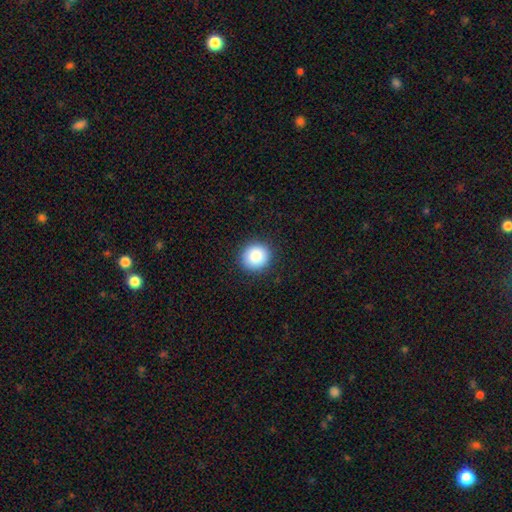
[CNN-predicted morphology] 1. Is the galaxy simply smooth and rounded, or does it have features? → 85% smooth, 9% star or artifact, 6% featured or disk.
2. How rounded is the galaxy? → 91% round, 8% in between, 1% cigar-shaped.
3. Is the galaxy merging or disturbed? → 91% none, 6% minor disturbance, 2% major disturbance, 1% merger.